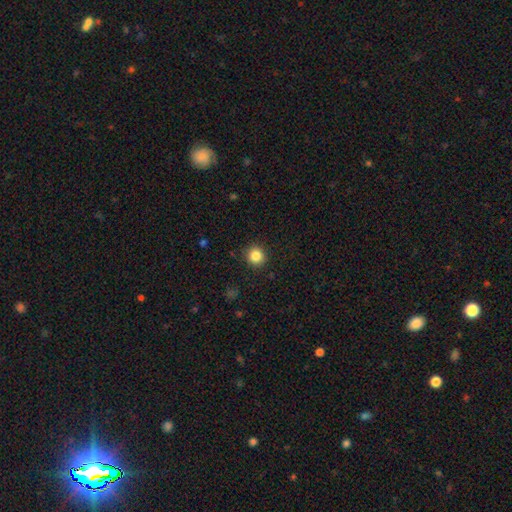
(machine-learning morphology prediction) Smooth or featured? Predicted: smooth (p=0.85). How rounded? Predicted: round (p=0.93). Merging? Predicted: none (p=0.91).